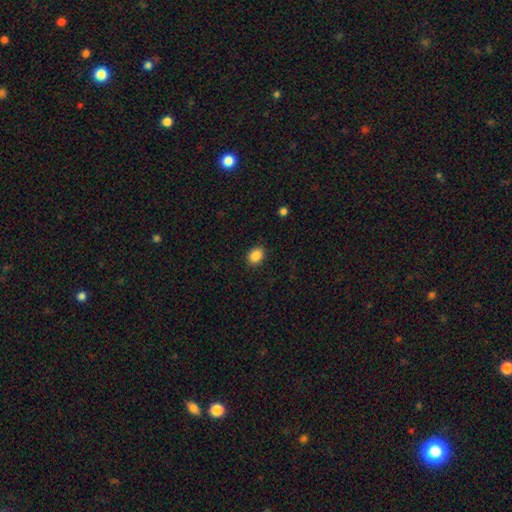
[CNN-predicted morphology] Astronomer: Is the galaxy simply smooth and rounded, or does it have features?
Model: smooth — 88%.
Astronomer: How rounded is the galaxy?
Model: in between — 63%.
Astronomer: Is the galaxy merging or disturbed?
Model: none — 89%.